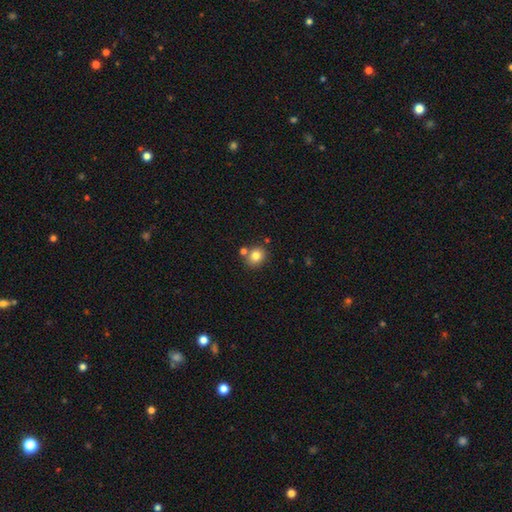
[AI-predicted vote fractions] Morphology: type=smooth (80%); roundness=round (73%); merging=none (72%).